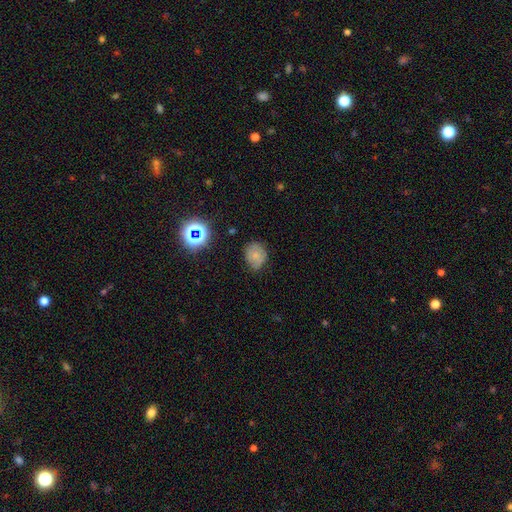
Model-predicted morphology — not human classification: smooth 64%, featured or disk 21%, star or artifact 15%. Down the decision tree: how rounded — round (56%); merging — none (60%).